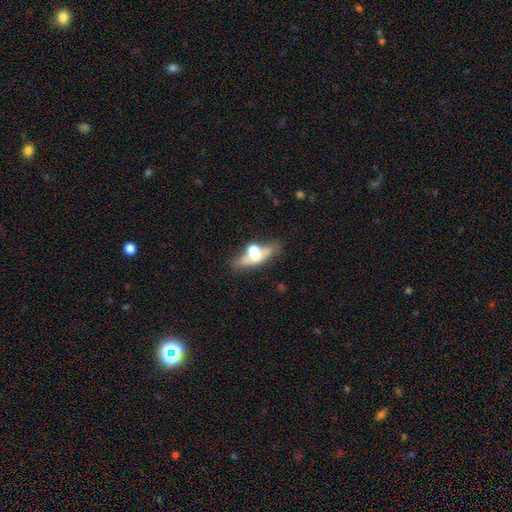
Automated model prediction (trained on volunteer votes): Smooth or featured? Predicted: featured or disk (p=0.50). Edge-on disk? Predicted: yes (p=0.53). Merging? Predicted: none (p=0.40).